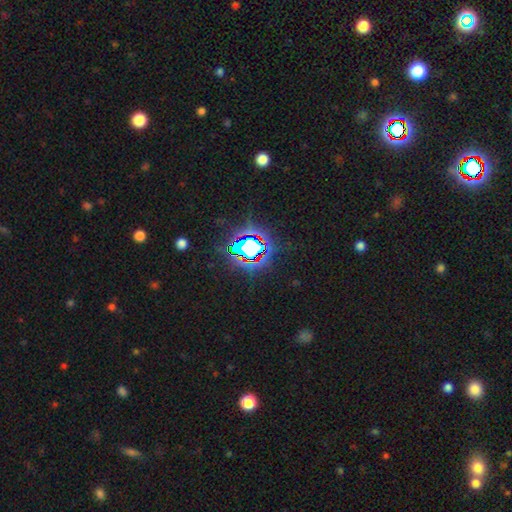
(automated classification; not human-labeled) Q: Smooth or featured?
A: star or artifact (80%); runner-up: smooth (12%)